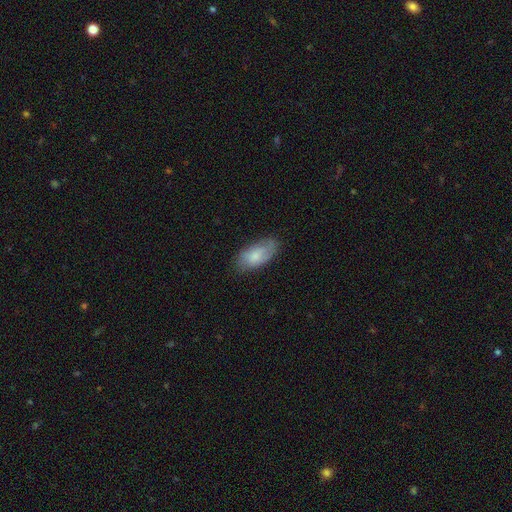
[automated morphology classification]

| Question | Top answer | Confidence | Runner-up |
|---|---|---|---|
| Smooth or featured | smooth | 72% | featured or disk (22%) |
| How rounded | in between | 93% | cigar-shaped (5%) |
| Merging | none | 69% | minor disturbance (24%) |